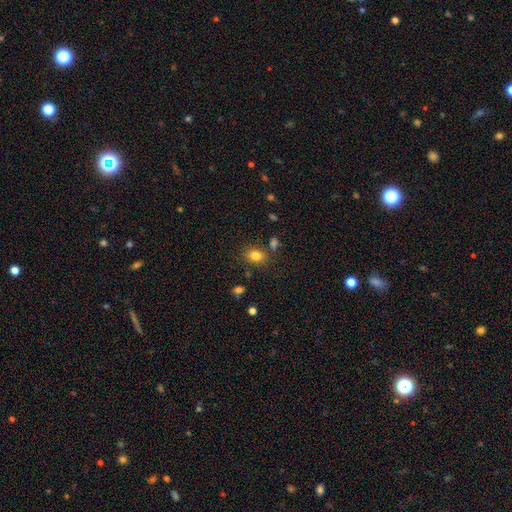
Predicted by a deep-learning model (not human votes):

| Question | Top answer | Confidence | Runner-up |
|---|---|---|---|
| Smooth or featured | smooth | 82% | star or artifact (11%) |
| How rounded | in between | 66% | round (32%) |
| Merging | none | 76% | minor disturbance (12%) |